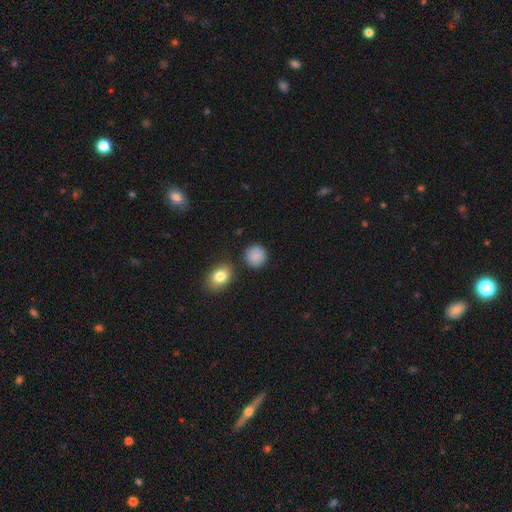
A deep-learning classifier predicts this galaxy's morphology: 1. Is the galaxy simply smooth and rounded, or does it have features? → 86% smooth, 8% star or artifact, 6% featured or disk.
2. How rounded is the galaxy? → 88% round, 11% in between, 1% cigar-shaped.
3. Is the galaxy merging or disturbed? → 84% none, 10% minor disturbance, 3% merger, 3% major disturbance.